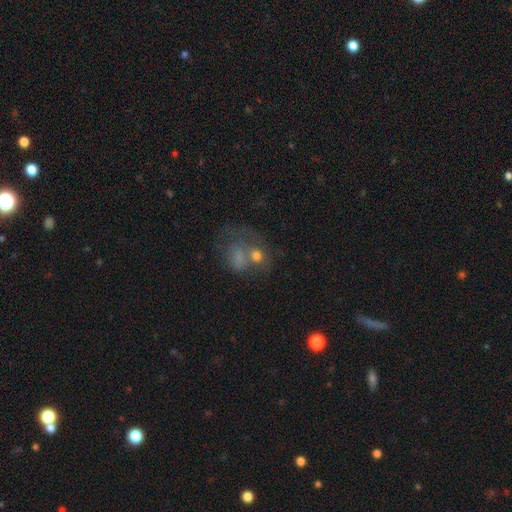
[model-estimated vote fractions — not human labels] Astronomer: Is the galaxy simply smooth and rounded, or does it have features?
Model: smooth — 45% (runner-up: featured or disk, 39%).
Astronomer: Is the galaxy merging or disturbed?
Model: merger — 41% (runner-up: none, 24%).